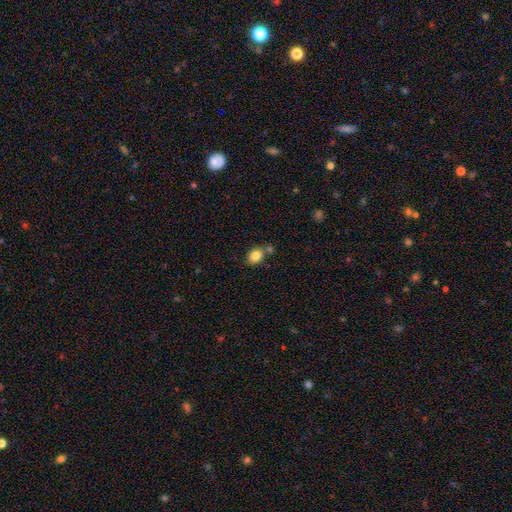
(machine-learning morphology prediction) The model was most divided on "how rounded": in between: 59%, round: 40%, cigar-shaped: 1%. More confident: smooth or featured — smooth (83%); merging — none (63%).